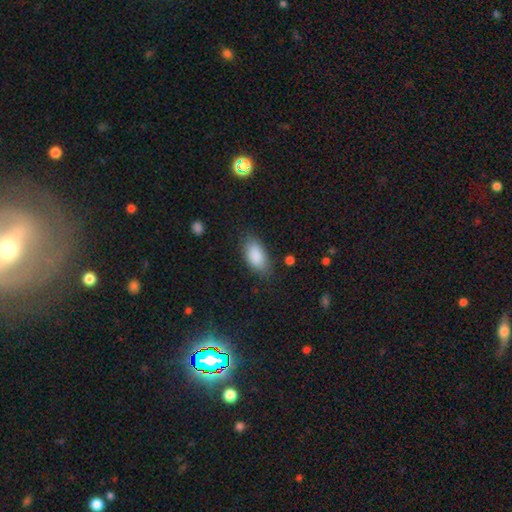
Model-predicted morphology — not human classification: Smooth or featured? Predicted: smooth (p=0.88). How rounded? Predicted: in between (p=0.92). Merging? Predicted: none (p=0.77).